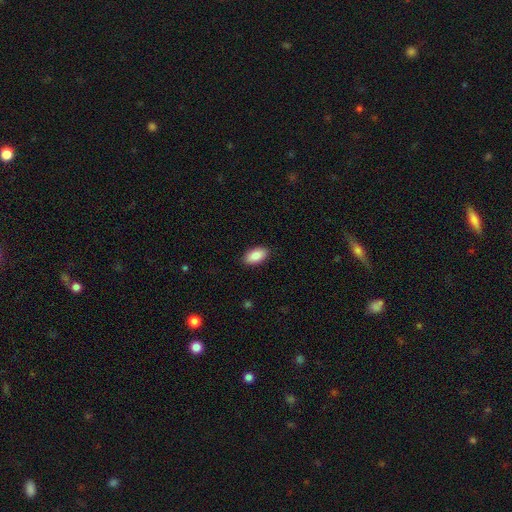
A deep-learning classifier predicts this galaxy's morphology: A smooth galaxy with no disk features (88%) that is in between round and cigar-shaped (94%). Merging: none (89%).